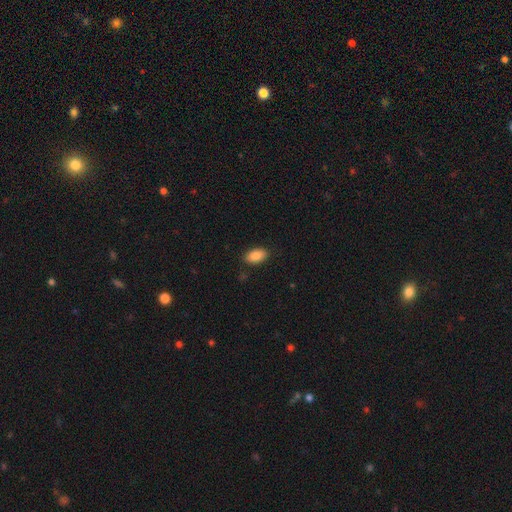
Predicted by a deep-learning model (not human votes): Morphology: type=smooth (87%); roundness=in between (93%); merging=none (86%).